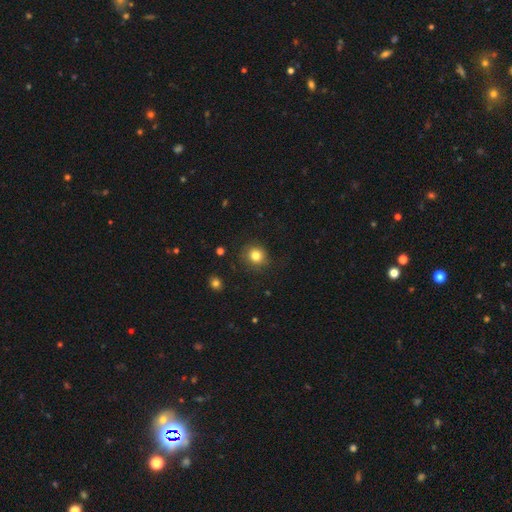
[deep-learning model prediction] Overall: smooth (82%). How rounded: round (88%). Merging: none (86%).